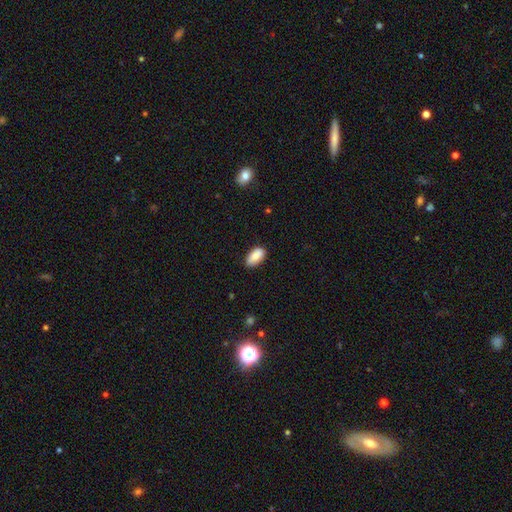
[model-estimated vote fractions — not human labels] A smooth galaxy with no disk features (86%) that is in between round and cigar-shaped (93%). Merging: none (81%).